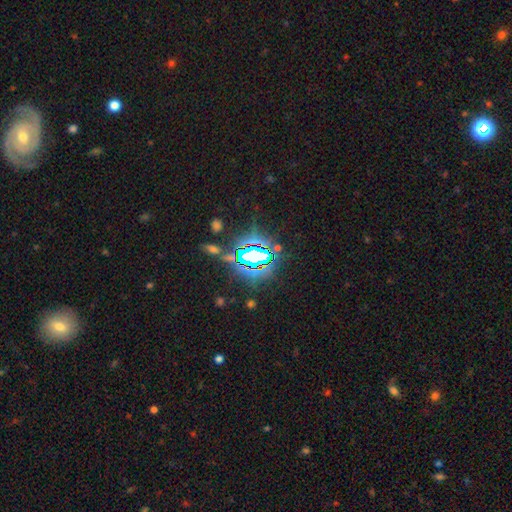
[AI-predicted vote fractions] smooth-or-featured: star or artifact: 75% | smooth: 14% | featured or disk: 11%